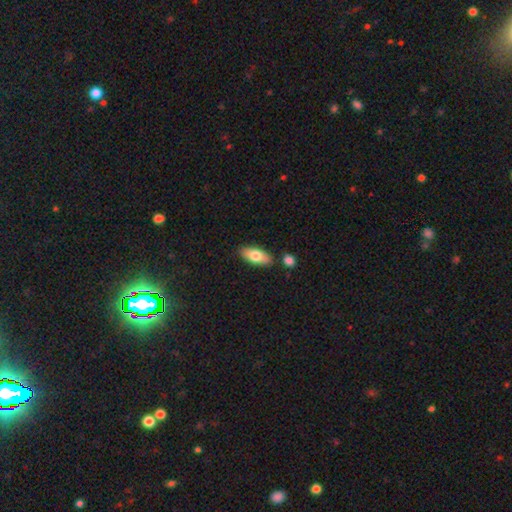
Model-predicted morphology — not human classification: Smooth or featured? smooth (75%)
How rounded? in between (84%)
Merging? none (82%)